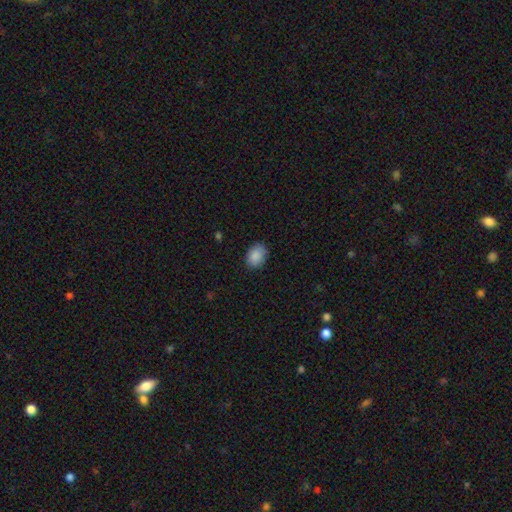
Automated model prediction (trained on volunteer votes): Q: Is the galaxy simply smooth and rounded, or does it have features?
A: smooth — 89%.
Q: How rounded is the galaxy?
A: in between — 70%.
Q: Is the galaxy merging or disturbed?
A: none — 83%.